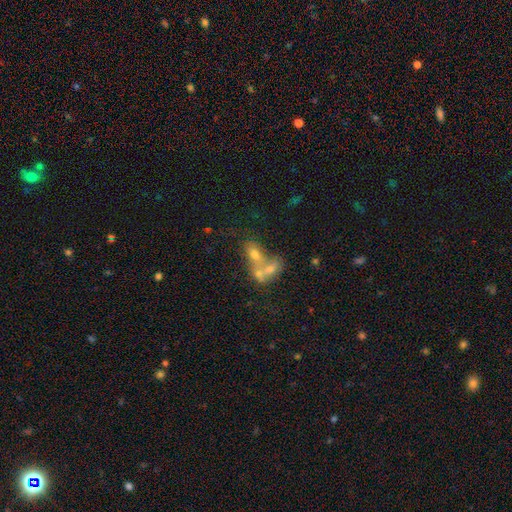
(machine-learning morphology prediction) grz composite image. It shows a smooth galaxy with no disk features (42%). Merging: merger (60%).